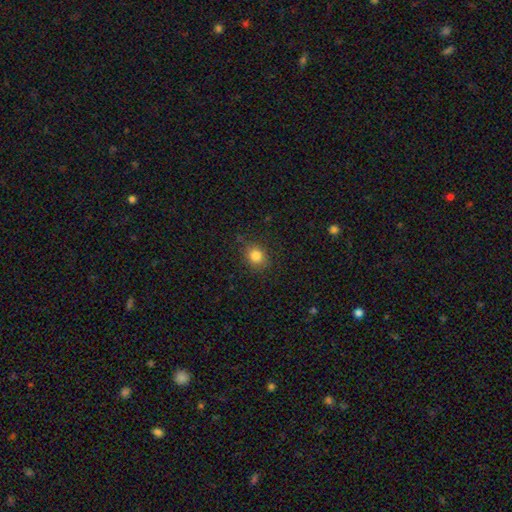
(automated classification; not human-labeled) smooth_or_featured: smooth (p=0.83) [alt: star or artifact p=0.11]
how_rounded: round (p=0.61) [alt: in between p=0.38]
merging: none (p=0.84) [alt: minor disturbance p=0.12]